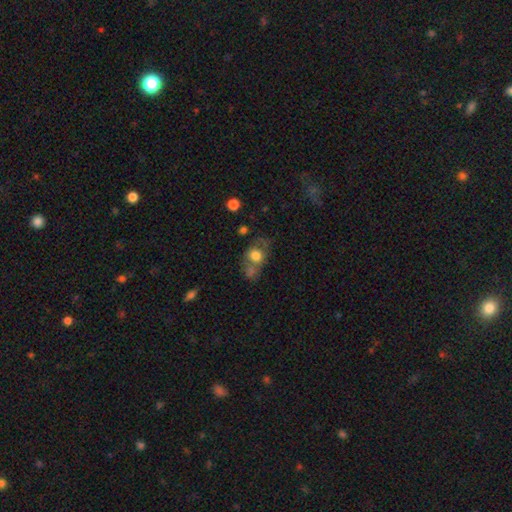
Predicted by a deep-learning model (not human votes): Morphology: type=smooth (69%); roundness=round (54%); merging=none (42%).